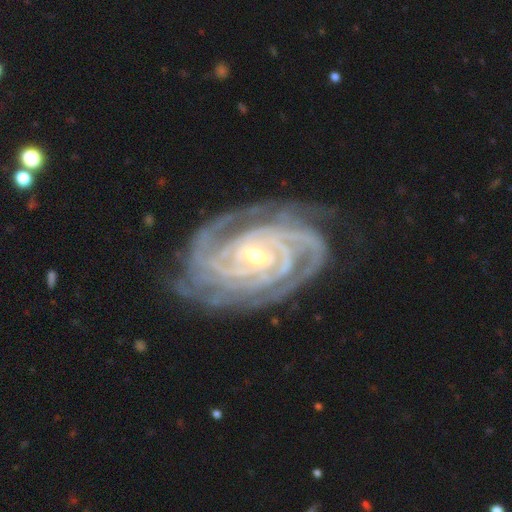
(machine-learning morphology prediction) Smooth or featured: featured or disk — 93% (star or artifact — 4%)
Edge-on disk: no — 97% (yes — 3%)
Bar: weak — 37% (no — 36%)
Spiral arms: yes — 99% (no — 1%)
Spiral winding: tight — 83% (medium — 15%)
Spiral arm count: 4 — 30% (3 — 23%)
Bulge size: small — 59% (moderate — 38%)
Merging: none — 78% (minor disturbance — 15%)